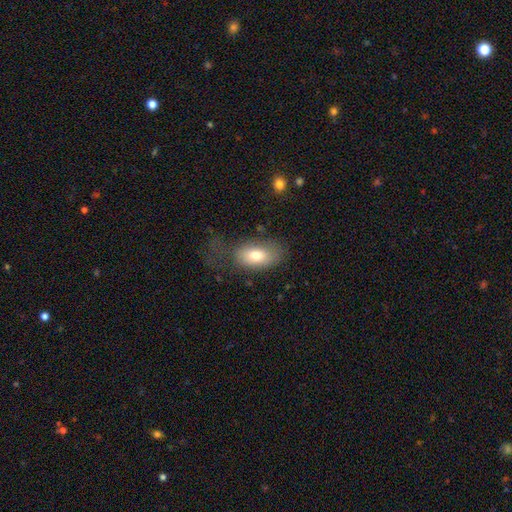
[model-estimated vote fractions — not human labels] This appears to be a smooth galaxy with no disk features (76%) that is in between round and cigar-shaped (91%). Merging: none (47%).